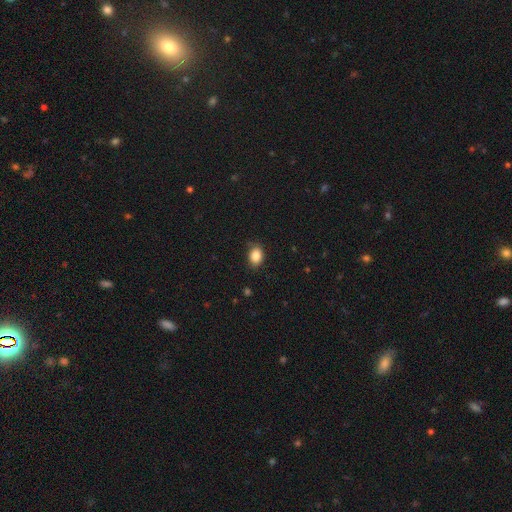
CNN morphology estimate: Overall: smooth (86%). How rounded: in between (65%; round 34%). Merging: none (77%).